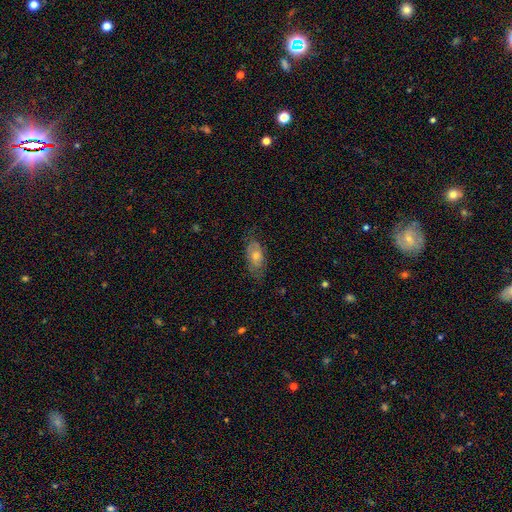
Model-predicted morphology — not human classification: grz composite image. It shows a smooth galaxy with no disk features (54%) that is in between round and cigar-shaped (89%). Merging: none (66%).